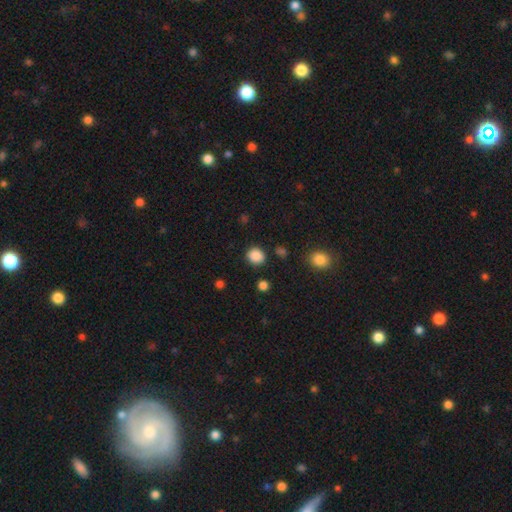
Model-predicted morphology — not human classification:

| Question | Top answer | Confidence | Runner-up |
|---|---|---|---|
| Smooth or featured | smooth | 87% | star or artifact (10%) |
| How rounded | round | 80% | in between (19%) |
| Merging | none | 86% | minor disturbance (9%) |